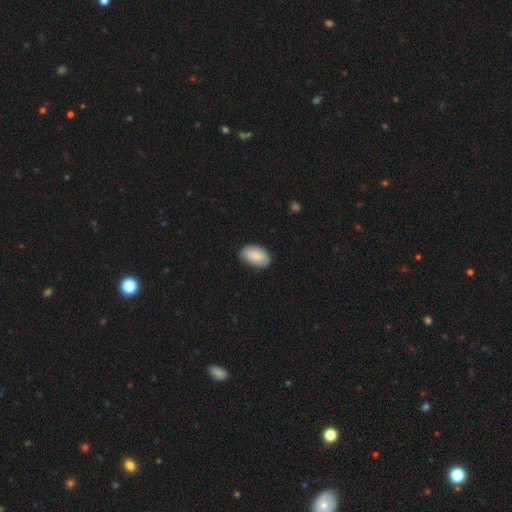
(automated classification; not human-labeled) This is likely a smooth galaxy (73%). How rounded: clearly in between (92%). Merging: likely none (78%).